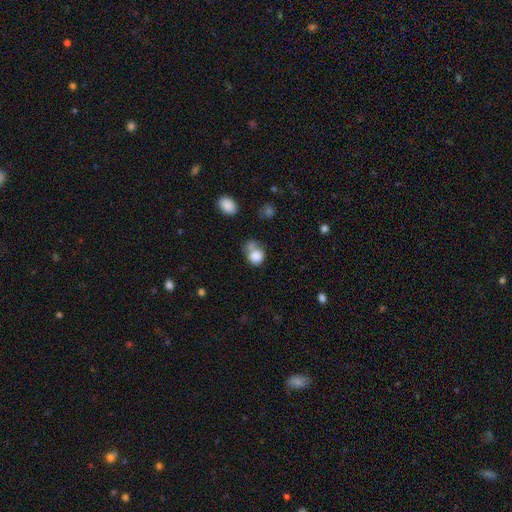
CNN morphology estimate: smooth 82%, star or artifact 10%, featured or disk 9%. Down the decision tree: how rounded — round (66%); merging — none (36%).